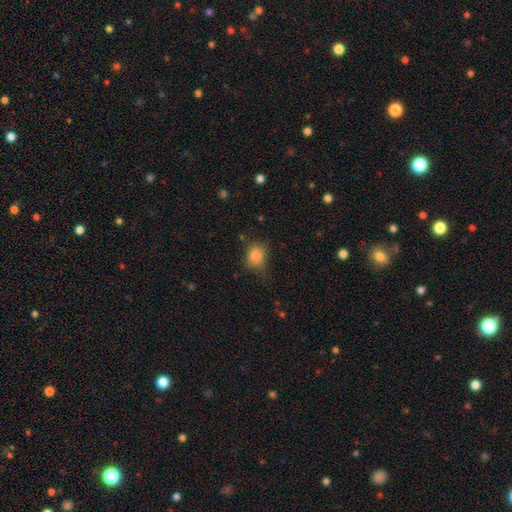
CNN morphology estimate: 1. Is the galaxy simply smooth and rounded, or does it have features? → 83% smooth, 10% star or artifact, 7% featured or disk.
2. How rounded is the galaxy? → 50% in between, 49% round, 1% cigar-shaped.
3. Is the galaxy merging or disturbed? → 58% none, 30% minor disturbance, 10% major disturbance, 2% merger.